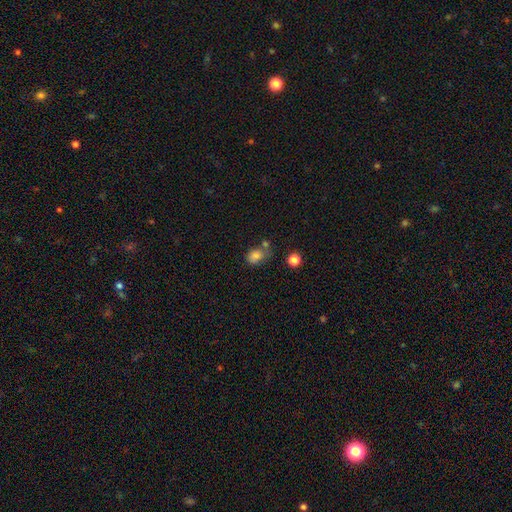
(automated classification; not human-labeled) This is likely a smooth galaxy (78%). How rounded: likely in between (64%). Merging: possibly none (46%).